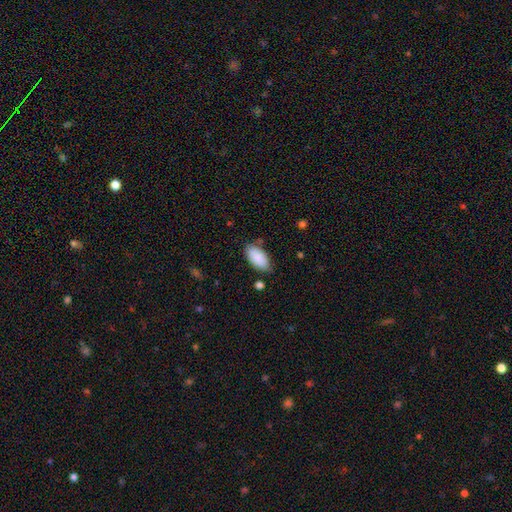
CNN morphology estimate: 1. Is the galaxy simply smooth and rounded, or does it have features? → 89% smooth, 6% star or artifact, 5% featured or disk.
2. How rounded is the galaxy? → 94% in between, 3% cigar-shaped, 2% round.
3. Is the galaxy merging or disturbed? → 75% none, 18% minor disturbance, 3% major disturbance, 3% merger.